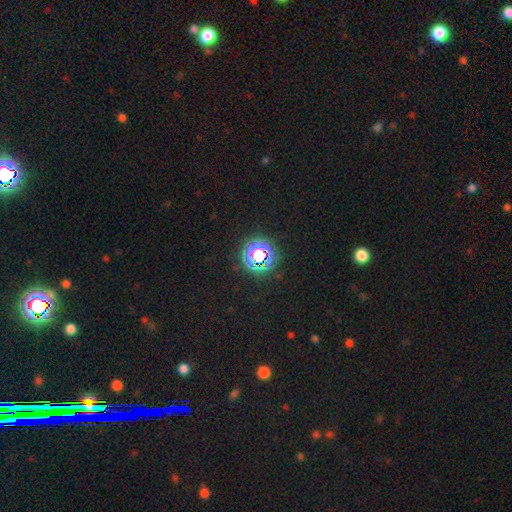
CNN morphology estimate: star or artifact 69%, smooth 20%, featured or disk 11%.